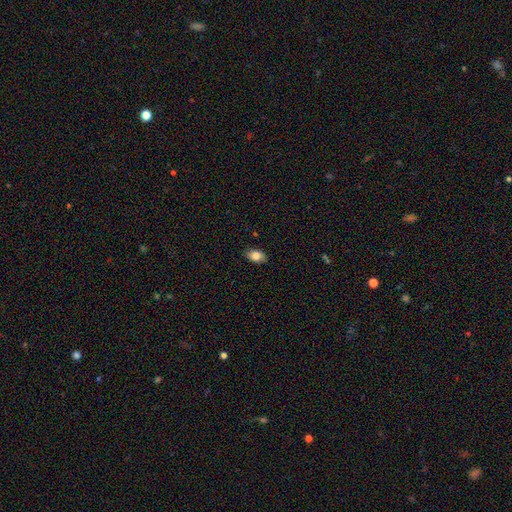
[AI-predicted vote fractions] Smooth or featured?
  - smooth: 84% *
  - featured or disk: 8%
  - star or artifact: 8%
How rounded?
  - in between: 88% *
  - round: 11%
  - cigar-shaped: 2%
Merging?
  - none: 87% *
  - minor disturbance: 10%
  - major disturbance: 2%
  - merger: 1%